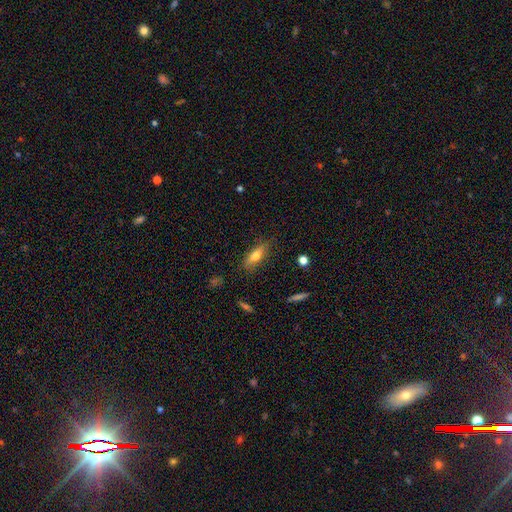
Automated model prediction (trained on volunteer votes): This is likely a smooth galaxy (65%). How rounded: possibly in between (50%). Merging: clearly none (83%).